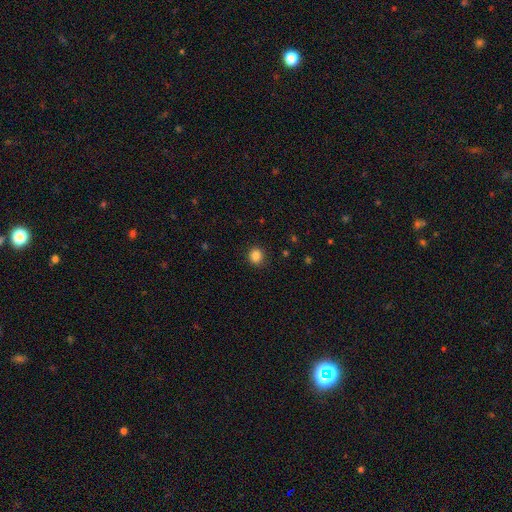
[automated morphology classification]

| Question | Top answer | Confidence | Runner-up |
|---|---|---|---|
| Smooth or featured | smooth | 85% | star or artifact (11%) |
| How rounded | round | 85% | in between (14%) |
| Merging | none | 90% | minor disturbance (7%) |